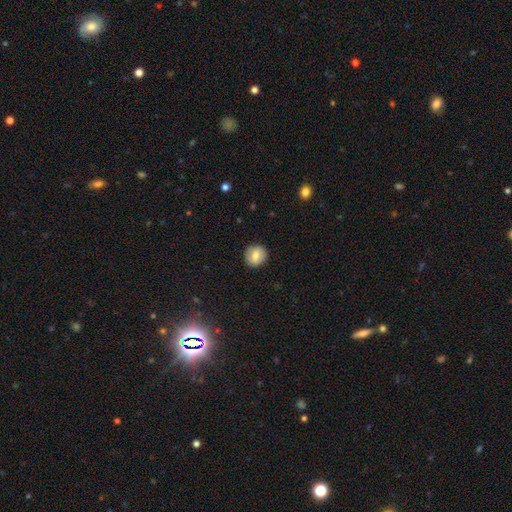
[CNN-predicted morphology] Q: Smooth or featured?
A: smooth (73%); runner-up: featured or disk (19%)
Q: How rounded?
A: round (89%); runner-up: in between (10%)
Q: Merging?
A: none (89%); runner-up: minor disturbance (8%)